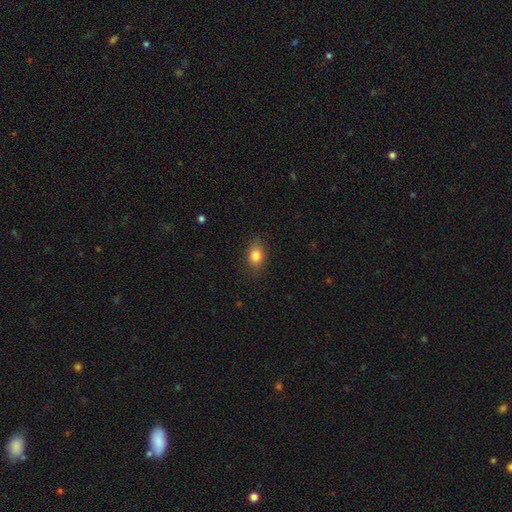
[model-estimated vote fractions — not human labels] Smooth or featured? Predicted: smooth (p=0.83). How rounded? Predicted: in between (p=0.72). Merging? Predicted: none (p=0.84).